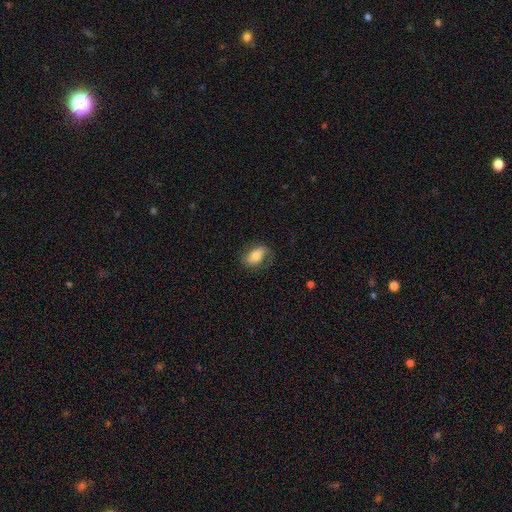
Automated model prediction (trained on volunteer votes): smooth_or_featured: smooth (p=0.69) [alt: featured or disk p=0.23]
how_rounded: in between (p=0.86) [alt: round p=0.11]
merging: none (p=0.67) [alt: minor disturbance p=0.21]